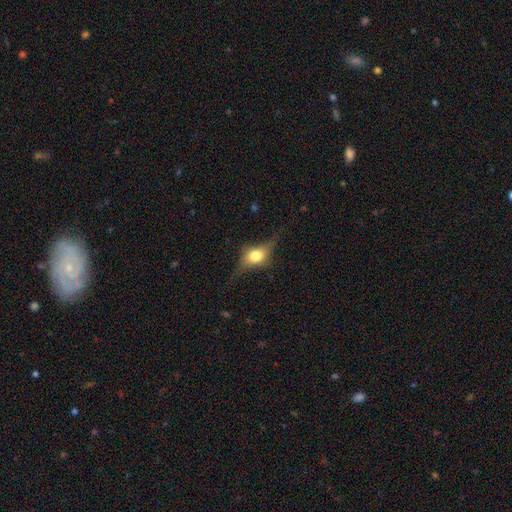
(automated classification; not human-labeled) A featured or disk galaxy (50%). Merging: none (62%).